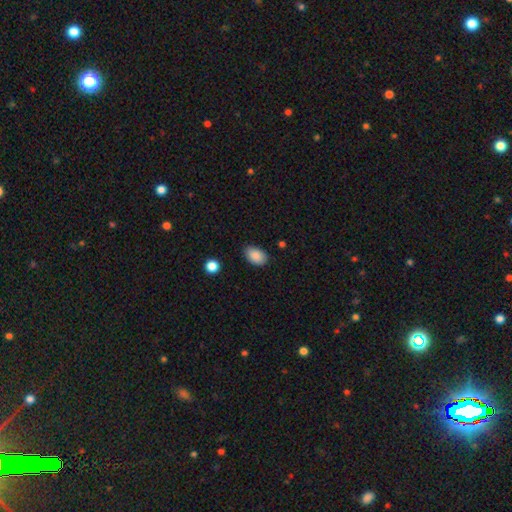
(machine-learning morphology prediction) smooth-or-featured: smooth: 88% | star or artifact: 8% | featured or disk: 4%
  how-rounded: in between: 88% | round: 10% | cigar-shaped: 1%
  merging: none: 82% | minor disturbance: 14% | major disturbance: 3% | merger: 1%